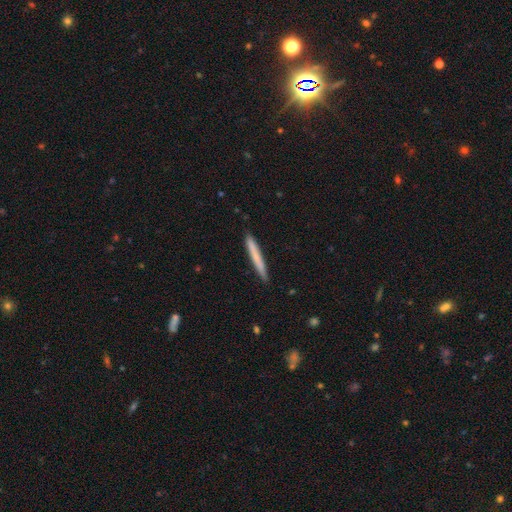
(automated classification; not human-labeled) Morphology: type=smooth (70%); roundness=cigar-shaped (97%); merging=none (90%).